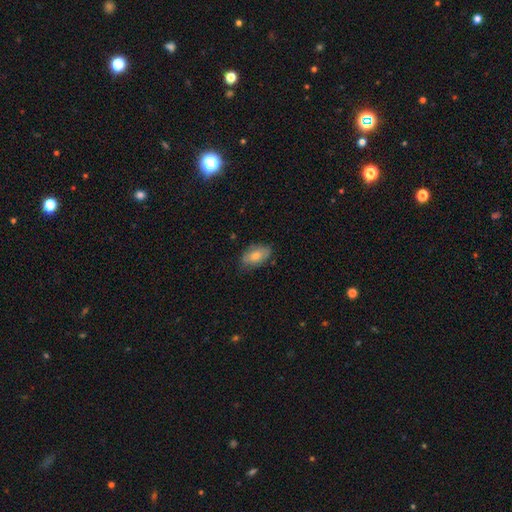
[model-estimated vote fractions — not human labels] Overall: smooth (66%). How rounded: in between (90%). Merging: none (77%).